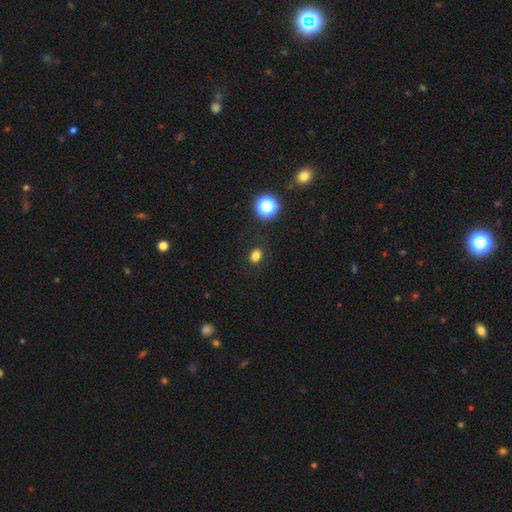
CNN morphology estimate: Smooth or featured? Predicted: smooth (p=0.79). How rounded? Predicted: round (p=0.52). Merging? Predicted: none (p=0.86).